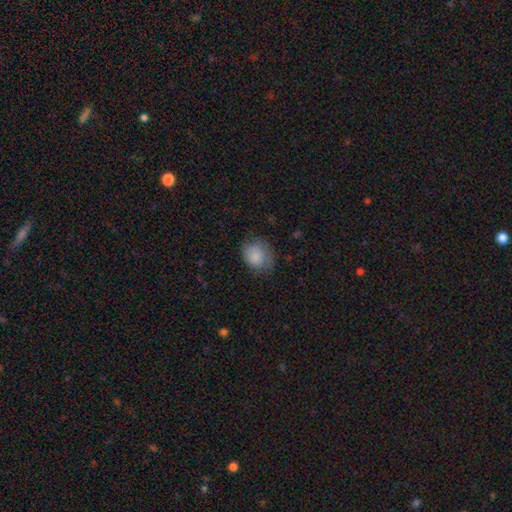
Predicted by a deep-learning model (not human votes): Morphology: type=smooth (82%); roundness=round (51%); merging=none (63%).